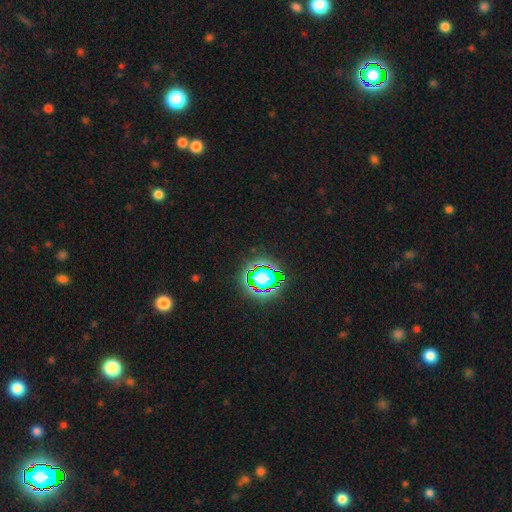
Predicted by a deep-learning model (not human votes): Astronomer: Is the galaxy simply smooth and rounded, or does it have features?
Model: star or artifact — 80%.